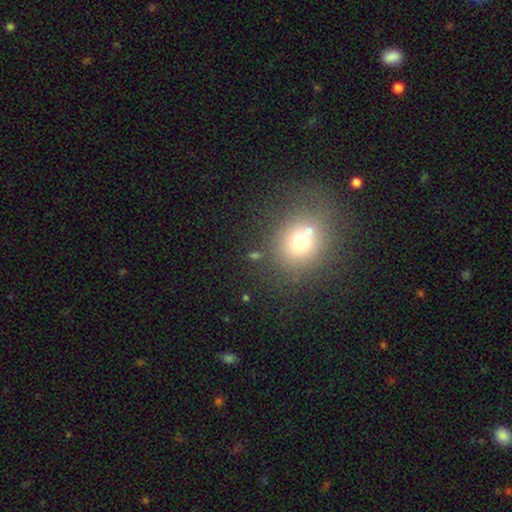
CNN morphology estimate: smooth-or-featured: smooth: 66% | star or artifact: 19% | featured or disk: 15%
  how-rounded: round: 76% | in between: 23% | cigar-shaped: 1%
  merging: none: 58% | merger: 24% | minor disturbance: 12% | major disturbance: 6%